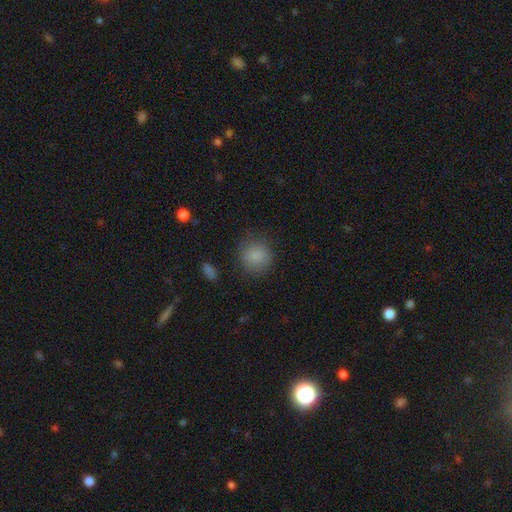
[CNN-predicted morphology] A smooth galaxy with no disk features (85%) that is round (87%). Merging: none (80%).